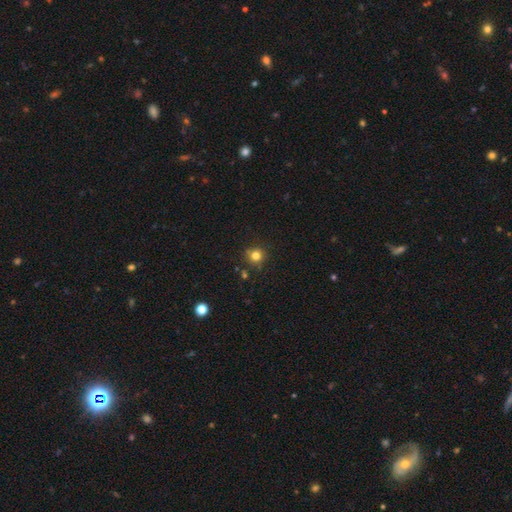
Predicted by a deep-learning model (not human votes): Overall: smooth (79%). How rounded: round (91%). Merging: none (81%).